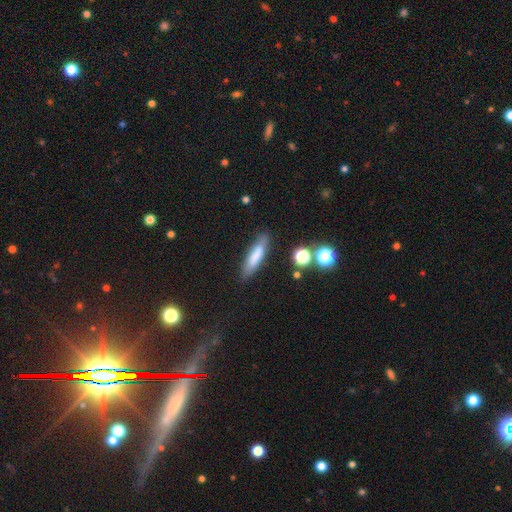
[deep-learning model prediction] This appears to be a smooth galaxy with no disk features (73%) that is cigar-shaped (77%). Merging: none (80%).